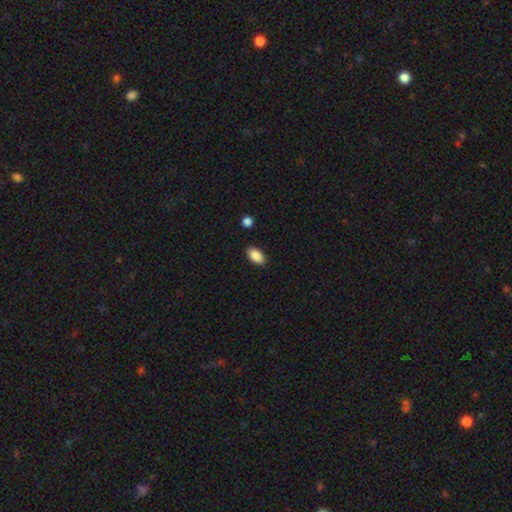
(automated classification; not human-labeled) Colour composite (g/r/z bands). It shows a smooth galaxy with no disk features (89%) that is in between round and cigar-shaped (94%). Merging: none (89%).